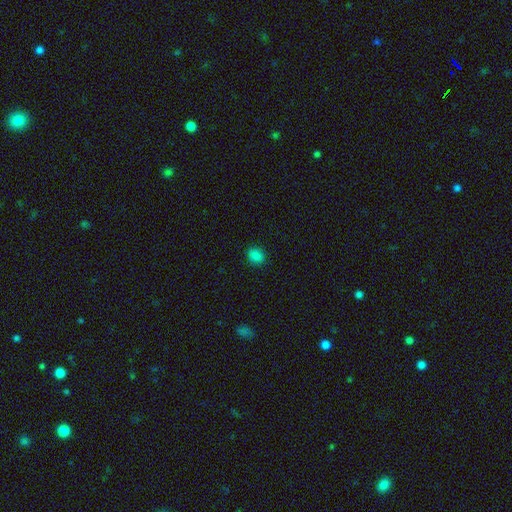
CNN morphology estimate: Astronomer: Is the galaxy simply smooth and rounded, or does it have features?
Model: smooth — 84%.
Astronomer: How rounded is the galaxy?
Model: round — 52% (runner-up: in between, 47%).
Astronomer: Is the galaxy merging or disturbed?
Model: none — 90%.